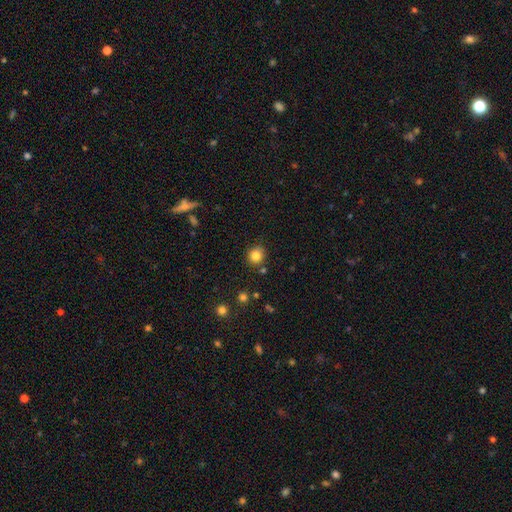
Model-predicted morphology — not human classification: A smooth galaxy with no disk features (82%) that is round (84%). Merging: none (84%).